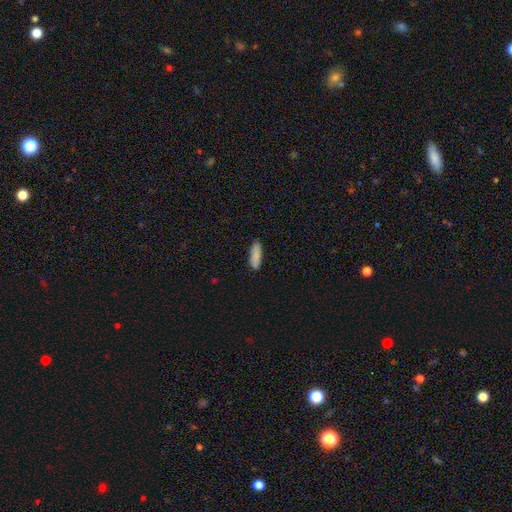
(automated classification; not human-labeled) This appears to be a smooth galaxy with no disk features (86%) that is in between round and cigar-shaped (51%). Merging: none (86%).